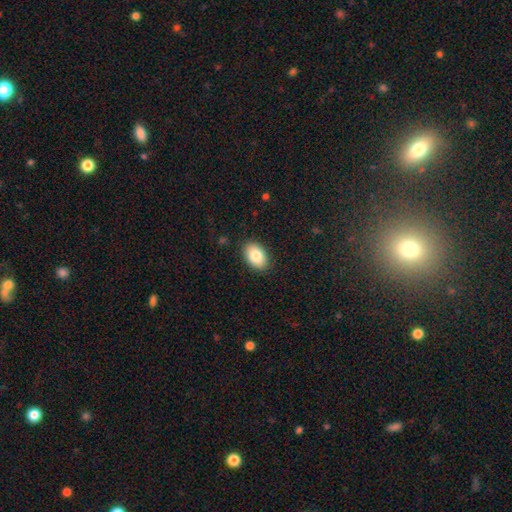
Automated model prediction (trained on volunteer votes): Overall: smooth (85%). How rounded: in between (88%). Merging: none (88%).